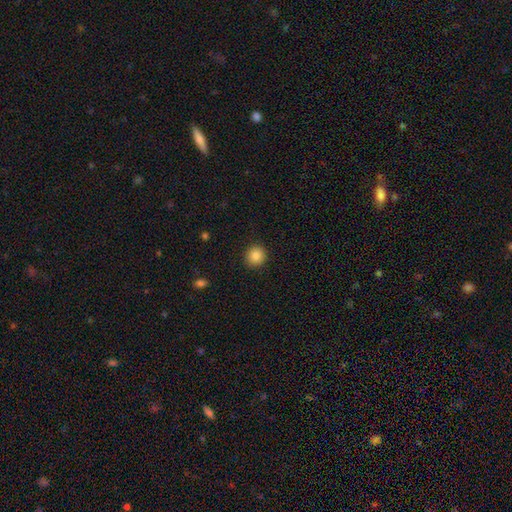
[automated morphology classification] A smooth galaxy with no disk features (85%) that is round (89%).

Vote fractions:
- Smooth or featured? smooth: 85% / star or artifact: 10% / featured or disk: 5%
- How rounded? round: 89% / in between: 10% / cigar-shaped: 1%
- Merging? none: 91% / minor disturbance: 6% / major disturbance: 2% / merger: 1%